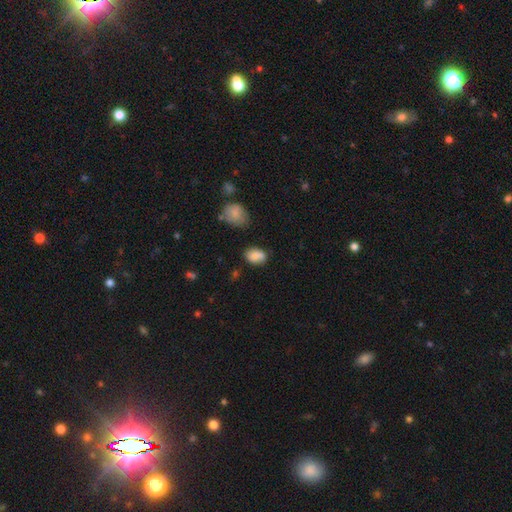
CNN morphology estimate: Smooth or featured?
  - smooth: 81% *
  - featured or disk: 10%
  - star or artifact: 9%
How rounded?
  - in between: 80% *
  - round: 19%
  - cigar-shaped: 1%
Merging?
  - none: 65% *
  - minor disturbance: 25%
  - major disturbance: 5%
  - merger: 5%